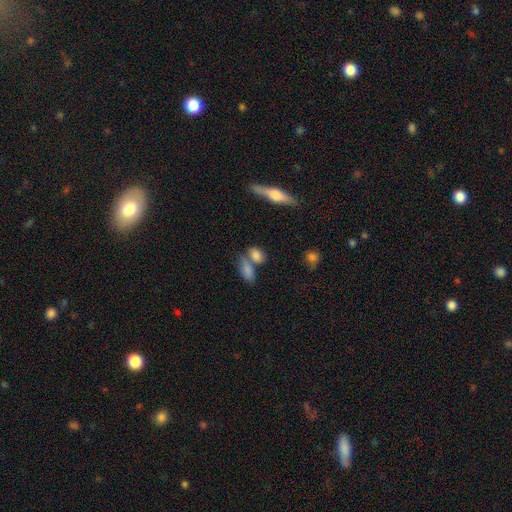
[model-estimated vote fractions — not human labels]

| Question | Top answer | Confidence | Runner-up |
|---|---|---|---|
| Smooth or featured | smooth | 78% | featured or disk (12%) |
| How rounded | in between | 79% | round (12%) |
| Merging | none | 50% | merger (32%) |